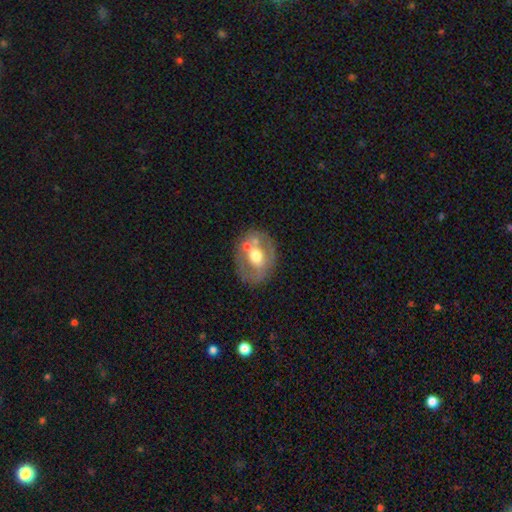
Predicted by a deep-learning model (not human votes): smooth_or_featured: featured or disk (p=0.51) [alt: smooth p=0.42]
disk_edge_on: no (p=0.93) [alt: yes p=0.07]
merging: none (p=0.66) [alt: minor disturbance p=0.16]